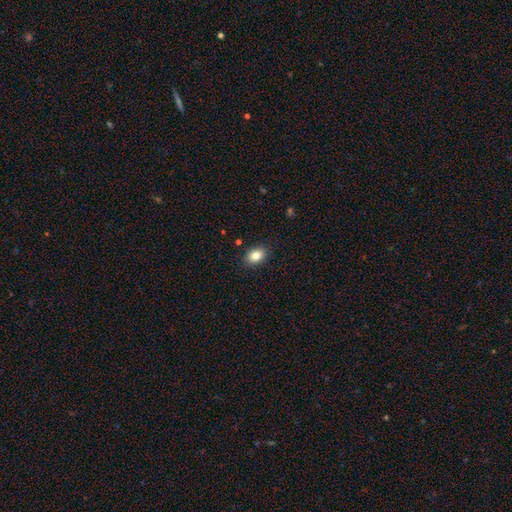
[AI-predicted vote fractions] Morphology: type=smooth (84%); roundness=in between (80%); merging=none (87%).